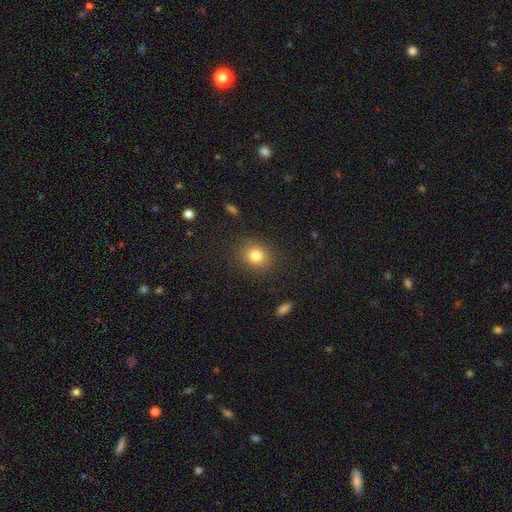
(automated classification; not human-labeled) This is clearly a smooth galaxy (82%). How rounded: likely round (72%). Merging: clearly none (87%).